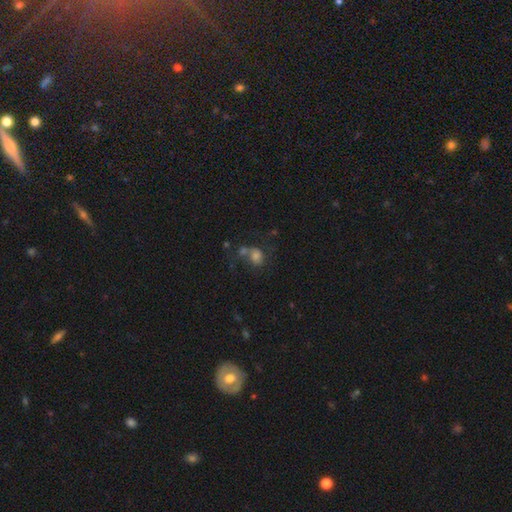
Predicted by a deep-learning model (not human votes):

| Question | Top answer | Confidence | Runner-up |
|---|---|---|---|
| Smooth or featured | smooth | 61% | featured or disk (20%) |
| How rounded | round | 52% | in between (47%) |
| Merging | merger | 36% | none (33%) |